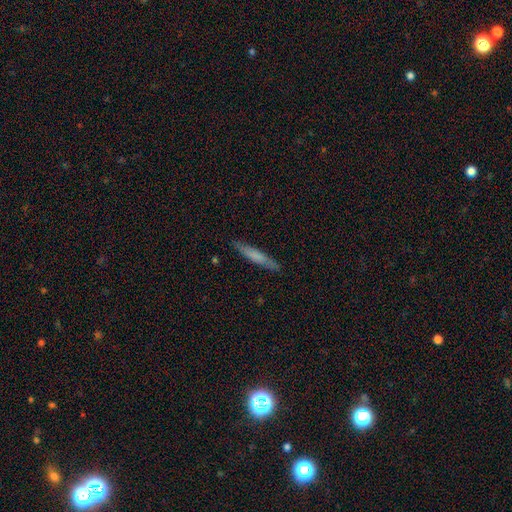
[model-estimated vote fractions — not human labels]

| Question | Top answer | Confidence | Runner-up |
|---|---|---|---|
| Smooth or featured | smooth | 65% | featured or disk (30%) |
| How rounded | cigar-shaped | 92% | in between (7%) |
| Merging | none | 86% | minor disturbance (11%) |